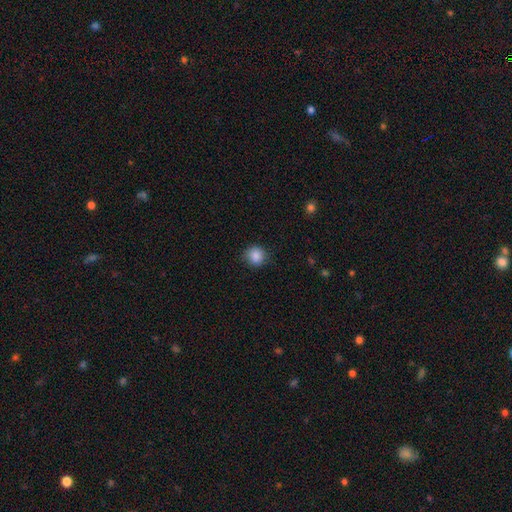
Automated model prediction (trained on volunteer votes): Smooth or featured?
  - smooth: 87% *
  - star or artifact: 9%
  - featured or disk: 4%
How rounded?
  - round: 87% *
  - in between: 12%
  - cigar-shaped: 1%
Merging?
  - none: 82% *
  - minor disturbance: 14%
  - major disturbance: 3%
  - merger: 1%